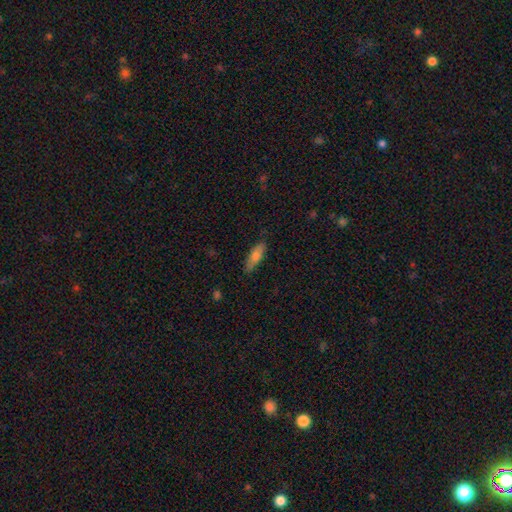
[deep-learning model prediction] The model was most divided on "how rounded": in between: 50%, cigar-shaped: 48%, round: 2%. More confident: merging — none (84%); smooth or featured — smooth (71%).